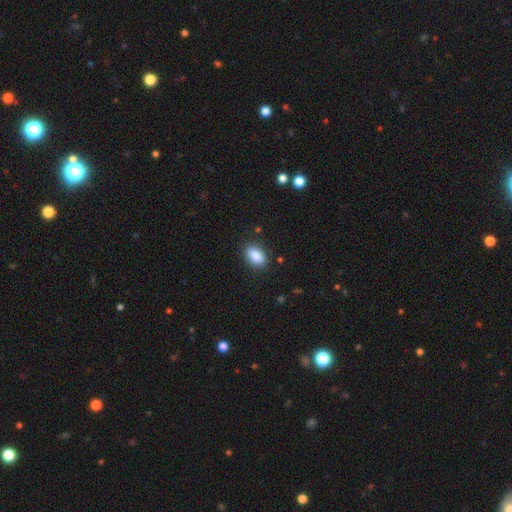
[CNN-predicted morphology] Smooth or featured? Predicted: smooth (p=0.87). How rounded? Predicted: in between (p=0.88). Merging? Predicted: none (p=0.86).